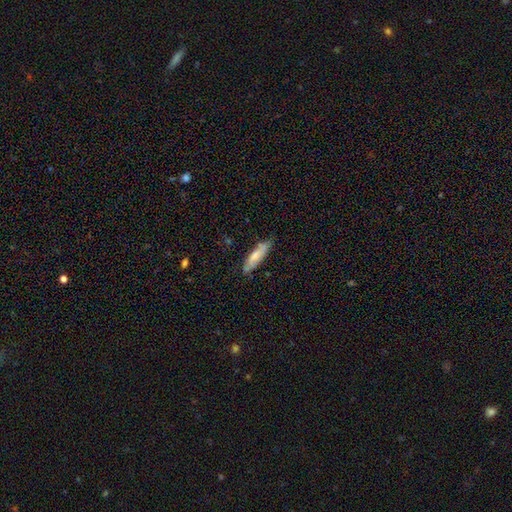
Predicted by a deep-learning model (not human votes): smooth 65%, featured or disk 29%, star or artifact 6%. Down the decision tree: how rounded — cigar-shaped (61%); merging — none (74%).